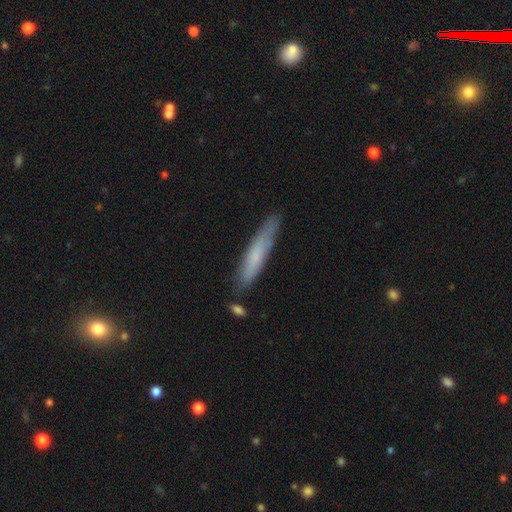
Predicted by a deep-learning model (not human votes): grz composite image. It shows a smooth galaxy with no disk features (64%) that is cigar-shaped (91%). Merging: none (77%).